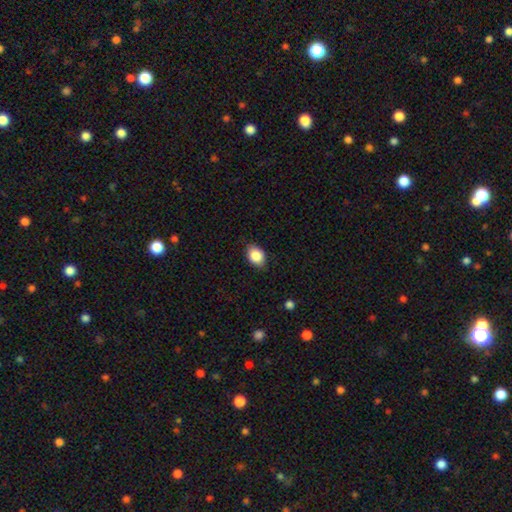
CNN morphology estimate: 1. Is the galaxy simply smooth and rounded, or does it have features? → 86% smooth, 8% star or artifact, 6% featured or disk.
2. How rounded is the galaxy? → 67% in between, 32% round, 1% cigar-shaped.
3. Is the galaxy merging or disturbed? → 83% none, 14% minor disturbance, 2% major disturbance, 1% merger.